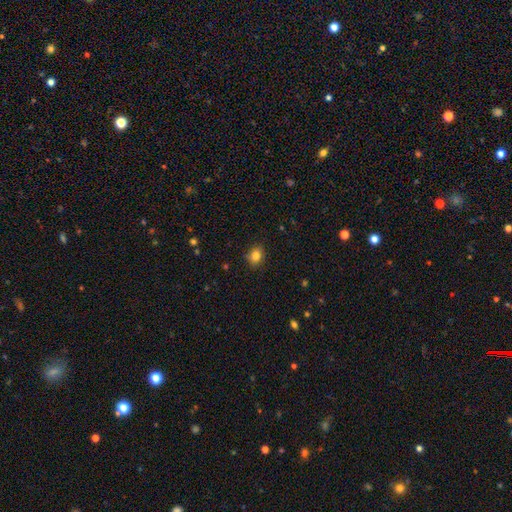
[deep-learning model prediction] Smooth or featured? smooth (83%)
How rounded? round (59%)
Merging? none (84%)